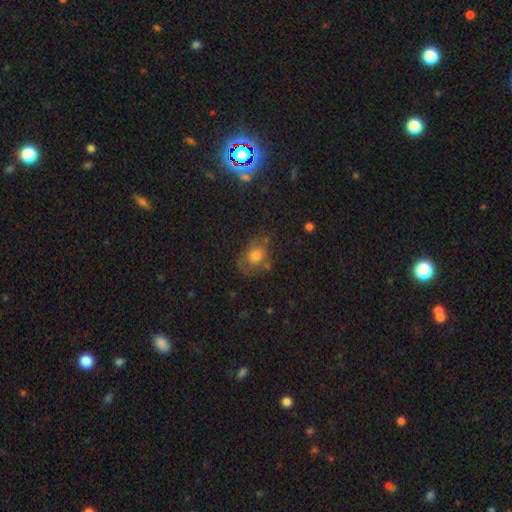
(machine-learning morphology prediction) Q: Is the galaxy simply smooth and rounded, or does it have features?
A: smooth — 59%.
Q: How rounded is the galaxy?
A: round — 54%.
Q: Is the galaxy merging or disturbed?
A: none — 51%.